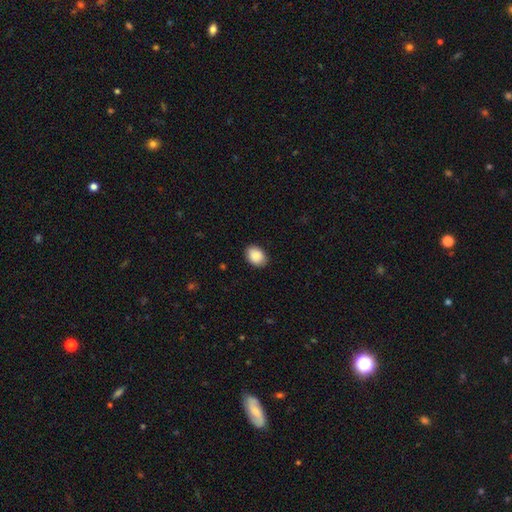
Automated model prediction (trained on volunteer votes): smooth-or-featured: smooth: 89% | star or artifact: 7% | featured or disk: 4%
  how-rounded: in between: 73% | round: 26% | cigar-shaped: 1%
  merging: none: 86% | minor disturbance: 11% | major disturbance: 2% | merger: 1%